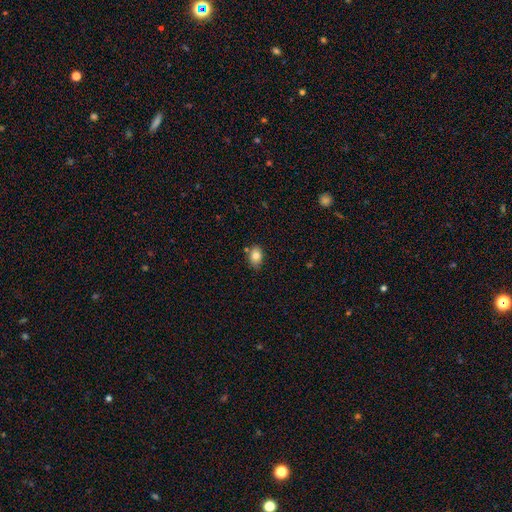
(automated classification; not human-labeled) A smooth galaxy with no disk features (83%) that is in between round and cigar-shaped (78%). Merging: none (75%).